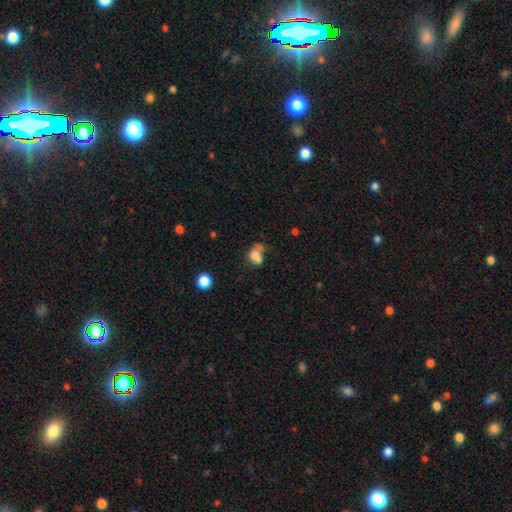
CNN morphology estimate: Smooth or featured: smooth — 71% (featured or disk — 17%)
How rounded: in between — 65% (round — 34%)
Merging: merger — 38% (none — 26%)